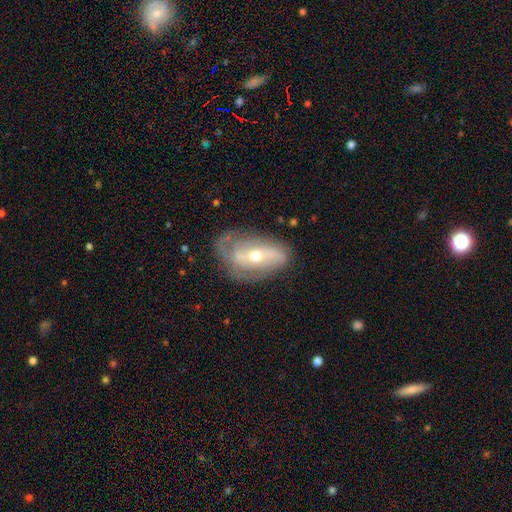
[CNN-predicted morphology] featured or disk 76%, smooth 17%, star or artifact 7%. Down the decision tree: edge-on disk — no (93%); bar — no (42%); spiral arms — yes (84%); spiral arm count — 2 (59%); spiral winding — medium (38%); bulge size — moderate (54%); merging — none (59%).